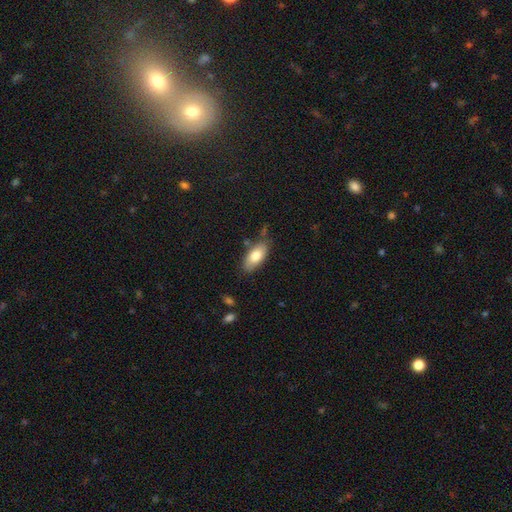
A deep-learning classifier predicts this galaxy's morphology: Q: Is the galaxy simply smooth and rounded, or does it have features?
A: smooth — 79%.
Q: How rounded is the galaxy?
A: in between — 90%.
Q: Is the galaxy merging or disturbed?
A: none — 75%.